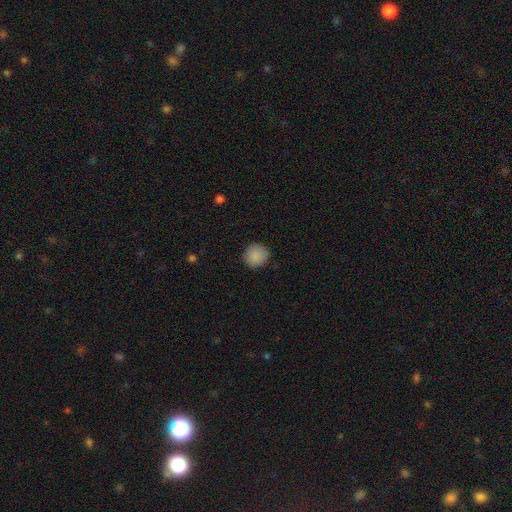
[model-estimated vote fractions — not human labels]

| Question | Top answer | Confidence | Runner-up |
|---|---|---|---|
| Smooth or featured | smooth | 89% | star or artifact (8%) |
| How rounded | round | 92% | in between (7%) |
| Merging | none | 89% | minor disturbance (8%) |